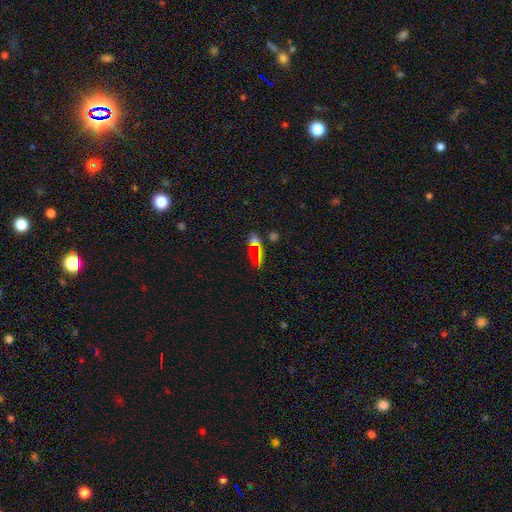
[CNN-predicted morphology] smooth 54%, star or artifact 36%, featured or disk 11%. Down the decision tree: how rounded — in between (69%); merging — none (66%).